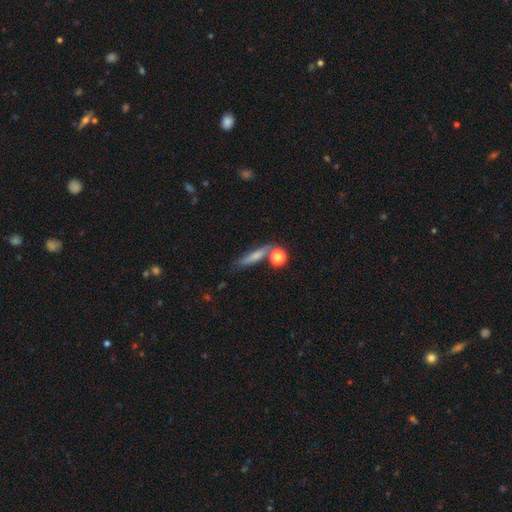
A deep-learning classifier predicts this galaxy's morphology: Q: Smooth or featured?
A: smooth (67%); runner-up: featured or disk (23%)
Q: How rounded?
A: cigar-shaped (71%); runner-up: in between (18%)
Q: Merging?
A: none (63%); runner-up: minor disturbance (16%)